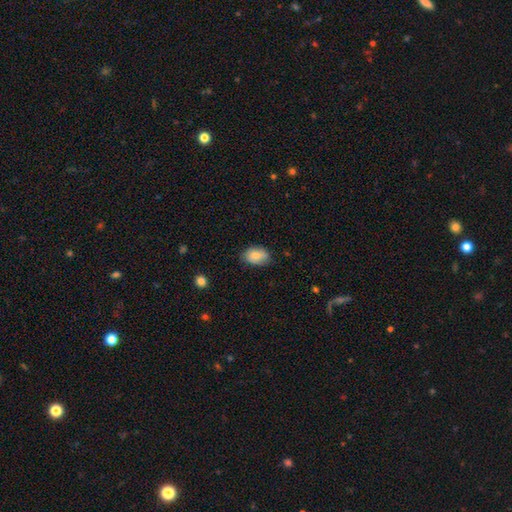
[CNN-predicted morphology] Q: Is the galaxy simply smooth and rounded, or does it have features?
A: smooth — 83%.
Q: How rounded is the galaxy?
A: in between — 84%.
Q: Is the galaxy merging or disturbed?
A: none — 73%.